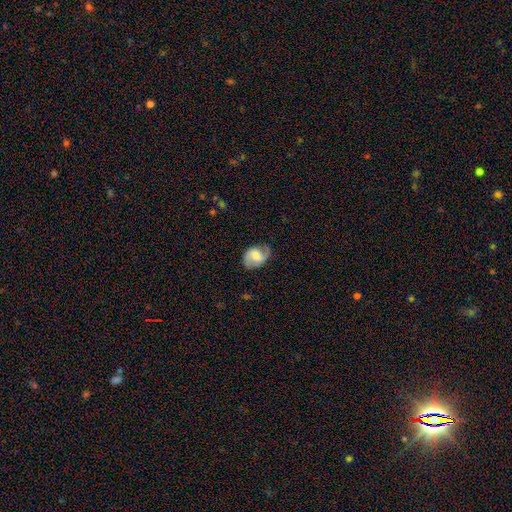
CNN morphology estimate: smooth-or-featured: featured or disk: 70% | smooth: 23% | star or artifact: 7%
  disk-edge-on: no: 97% | yes: 3%
    bar: weak: 50% | no: 35% | strong: 16%
    has-spiral-arms: yes: 93% | no: 7%
      spiral-winding: medium: 45% | loose: 37% | tight: 18%
      spiral-arm-count: 2: 84% | 1: 9% | can't tell: 5% | 3: 1% | 4: 1% | more than 4: 1%
    bulge-size: moderate: 51% | small: 31% | large: 9% | none: 7% | dominant: 2%
  merging: none: 72% | minor disturbance: 20% | major disturbance: 7% | merger: 1%